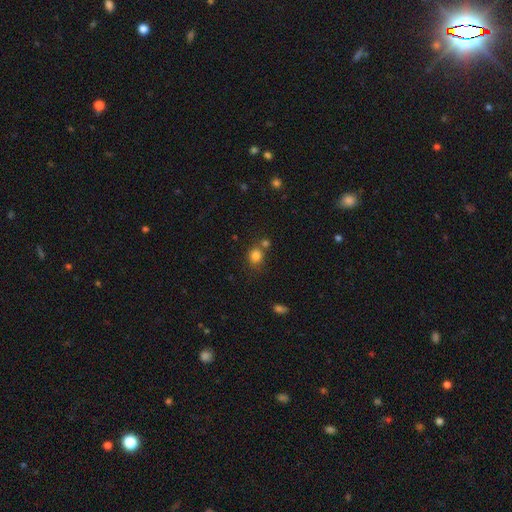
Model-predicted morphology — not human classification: Smooth or featured? smooth (82%)
How rounded? round (68%)
Merging? none (60%)